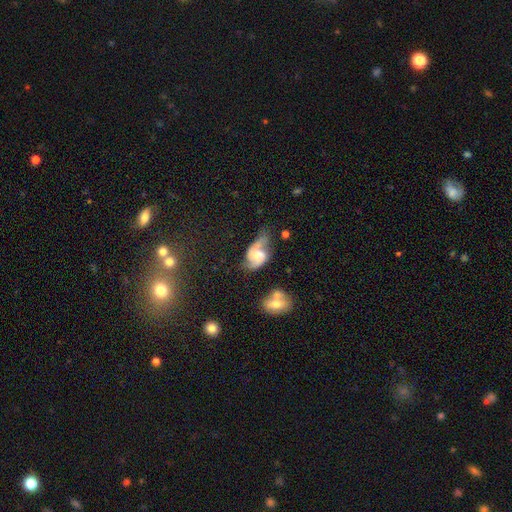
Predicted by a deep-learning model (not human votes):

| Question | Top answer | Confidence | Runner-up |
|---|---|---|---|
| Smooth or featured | featured or disk | 74% | smooth (19%) |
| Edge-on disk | no | 97% | yes (3%) |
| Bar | no | 51% | weak (40%) |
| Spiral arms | yes | 91% | no (9%) |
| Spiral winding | loose | 43% | medium (42%) |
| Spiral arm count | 2 | 84% | can't tell (6%) |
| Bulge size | moderate | 42% | small (36%) |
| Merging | none | 36% | minor disturbance (30%) |